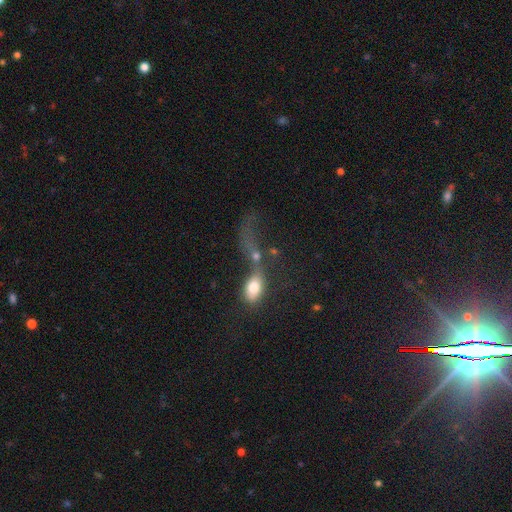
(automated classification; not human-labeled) smooth-or-featured: smooth: 41% | star or artifact: 34% | featured or disk: 26%
  merging: merger: 37% | major disturbance: 26% | none: 25% | minor disturbance: 11%